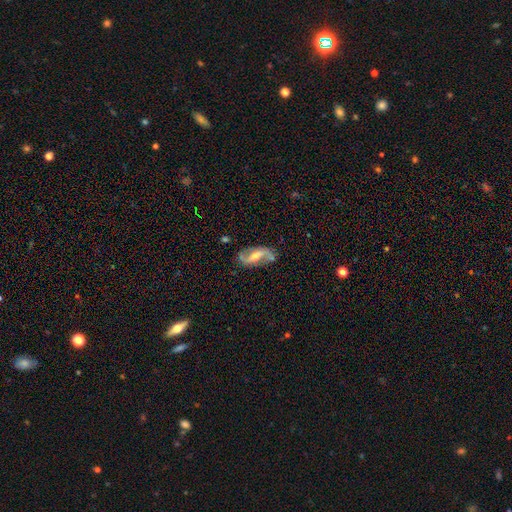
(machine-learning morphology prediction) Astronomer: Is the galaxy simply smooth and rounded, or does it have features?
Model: featured or disk — 83%.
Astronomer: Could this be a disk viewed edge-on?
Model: no — 94%.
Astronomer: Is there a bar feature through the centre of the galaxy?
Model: weak — 41% (runner-up: strong, 35%).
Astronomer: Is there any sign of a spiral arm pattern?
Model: yes — 94%.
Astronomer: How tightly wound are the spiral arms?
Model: loose — 49% (runner-up: medium, 37%).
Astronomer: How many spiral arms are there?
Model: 2 — 92%.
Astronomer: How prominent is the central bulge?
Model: moderate — 53% (runner-up: small, 37%).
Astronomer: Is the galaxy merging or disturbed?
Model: none — 78%.